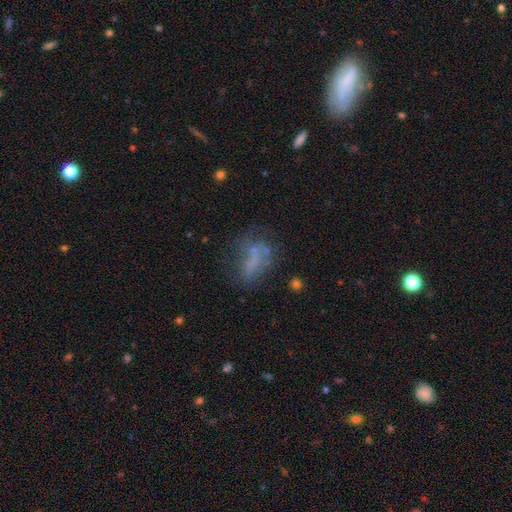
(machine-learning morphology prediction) Smooth or featured? smooth (43%)
Merging? none (42%)